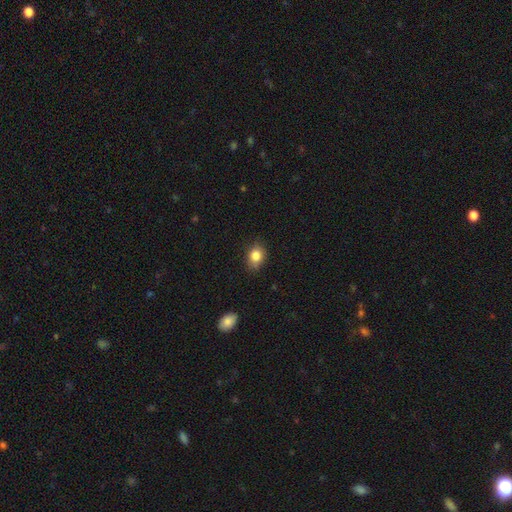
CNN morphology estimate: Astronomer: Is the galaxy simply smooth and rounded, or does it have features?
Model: smooth — 83%.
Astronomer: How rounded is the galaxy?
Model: in between — 60% (runner-up: round, 39%).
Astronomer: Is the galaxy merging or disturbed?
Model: none — 77%.